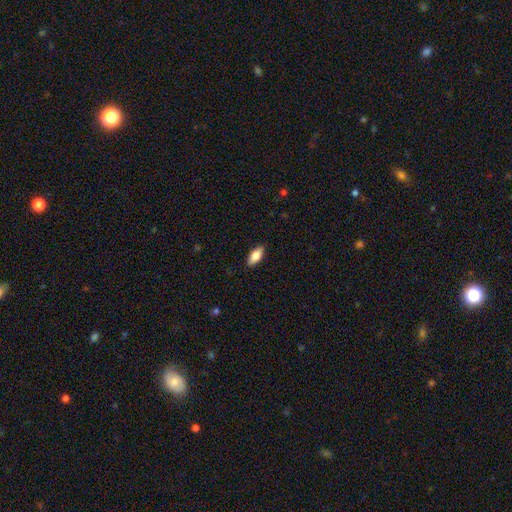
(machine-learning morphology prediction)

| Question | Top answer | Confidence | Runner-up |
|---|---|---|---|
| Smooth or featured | smooth | 72% | featured or disk (22%) |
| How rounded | in between | 78% | cigar-shaped (19%) |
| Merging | none | 89% | minor disturbance (8%) |